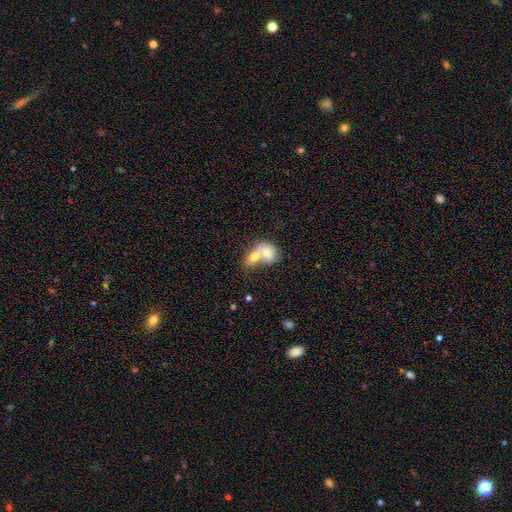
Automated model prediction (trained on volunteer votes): Overall: smooth (62%; featured or disk 27%). How rounded: in between (58%; round 40%). Merging: merger (71%).